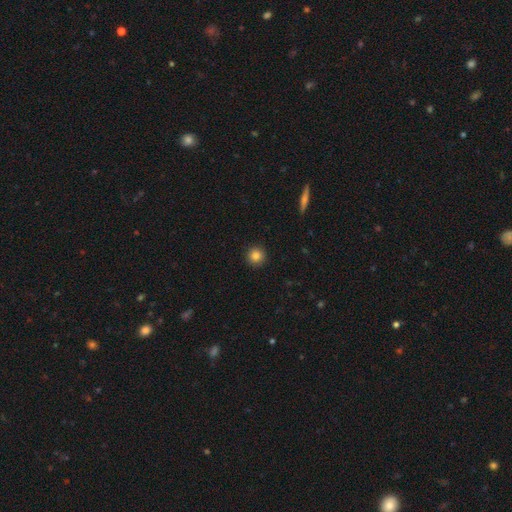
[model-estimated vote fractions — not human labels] The model was most divided on "smooth or featured": smooth: 84%, star or artifact: 10%, featured or disk: 6%. More confident: how rounded — round (95%); merging — none (93%).